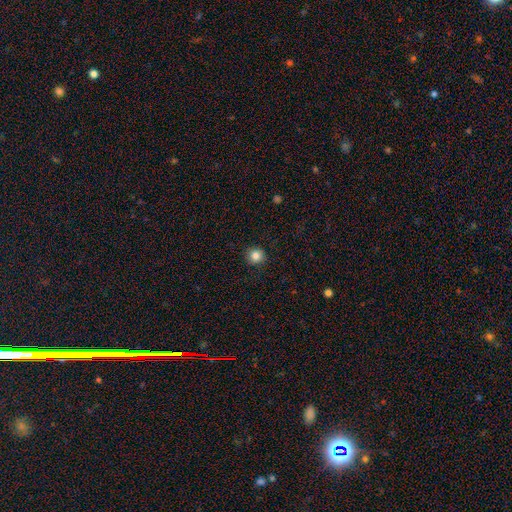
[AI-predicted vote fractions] smooth 84%, star or artifact 11%, featured or disk 5%. Down the decision tree: how rounded — round (93%); merging — none (91%).